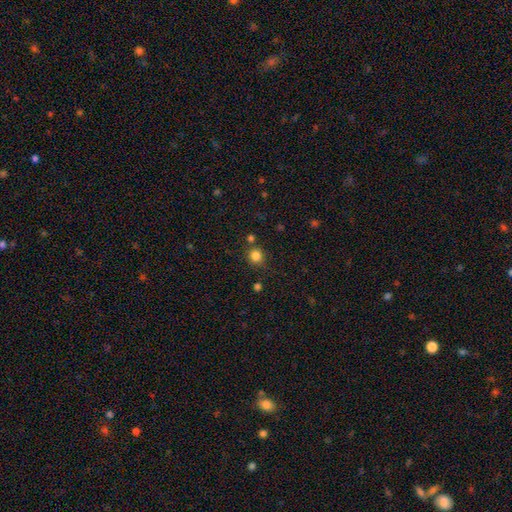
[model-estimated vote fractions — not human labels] smooth-or-featured: smooth: 82% | star or artifact: 13% | featured or disk: 5%
  how-rounded: round: 91% | in between: 8% | cigar-shaped: 1%
  merging: none: 80% | minor disturbance: 9% | merger: 8% | major disturbance: 3%